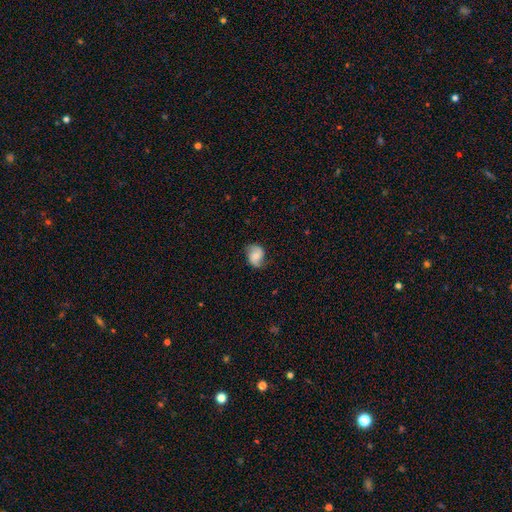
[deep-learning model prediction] Q: Smooth or featured?
A: featured or disk (48%); runner-up: smooth (44%)
Q: Merging?
A: none (71%); runner-up: minor disturbance (22%)